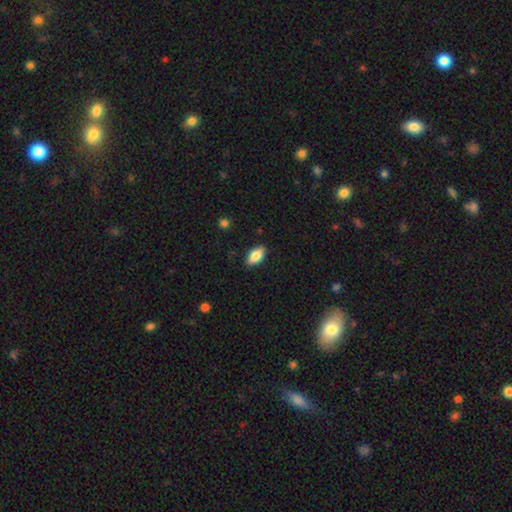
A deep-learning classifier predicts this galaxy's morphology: A smooth galaxy with no disk features (78%) that is in between round and cigar-shaped (88%). Merging: none (87%).